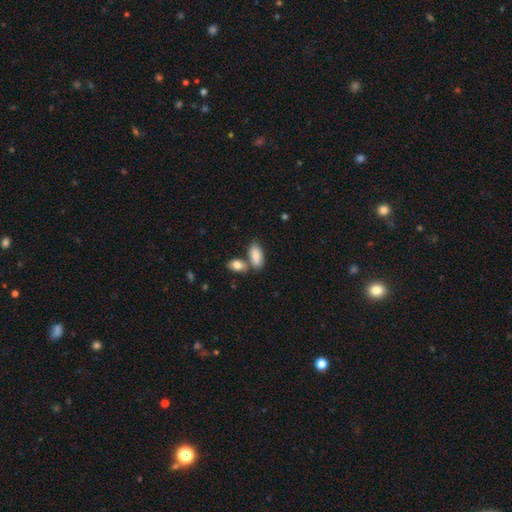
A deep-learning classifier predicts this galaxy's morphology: smooth-or-featured: smooth: 86% | featured or disk: 8% | star or artifact: 6%
  how-rounded: in between: 89% | cigar-shaped: 8% | round: 3%
  merging: none: 52% | merger: 32% | minor disturbance: 13% | major disturbance: 4%